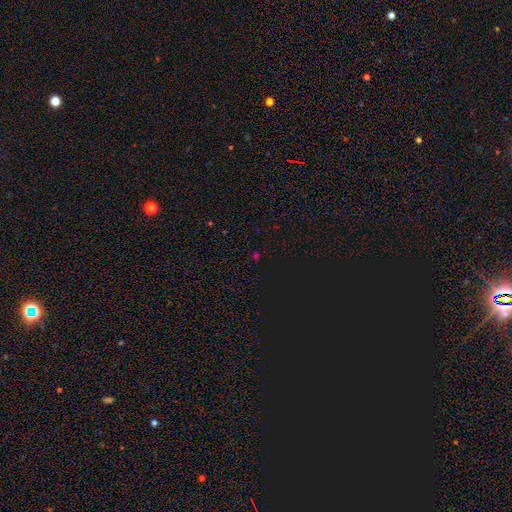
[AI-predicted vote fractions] smooth_or_featured: star or artifact (p=0.63) [alt: smooth p=0.31]